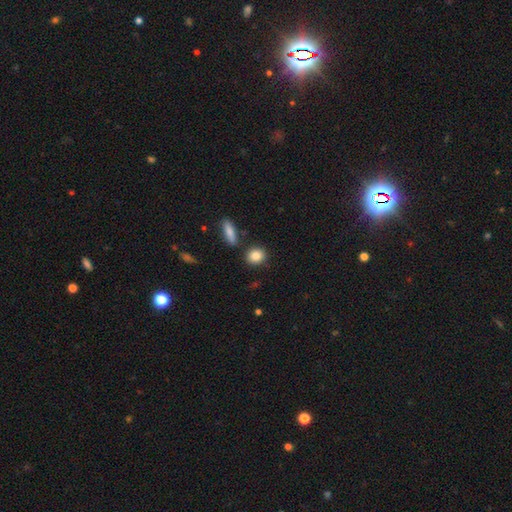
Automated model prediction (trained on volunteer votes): Morphology: type=smooth (86%); roundness=round (61%); merging=none (82%).